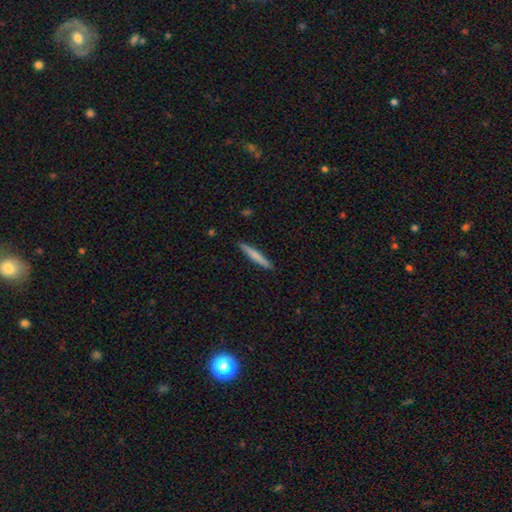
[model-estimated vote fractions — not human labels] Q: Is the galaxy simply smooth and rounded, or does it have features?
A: smooth — 69%.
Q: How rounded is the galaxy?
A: cigar-shaped — 95%.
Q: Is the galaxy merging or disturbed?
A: none — 91%.